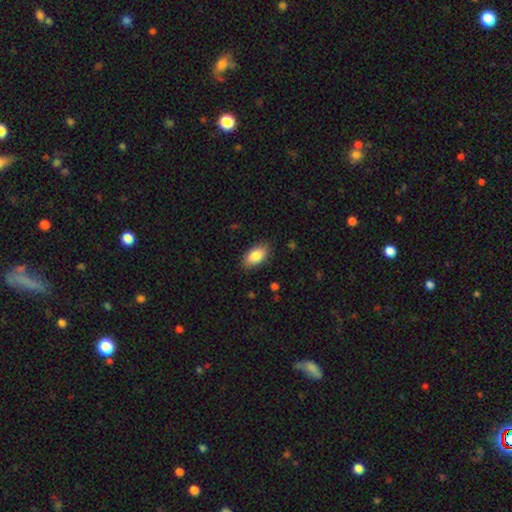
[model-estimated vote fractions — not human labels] Smooth or featured? smooth (86%)
How rounded? in between (93%)
Merging? none (87%)